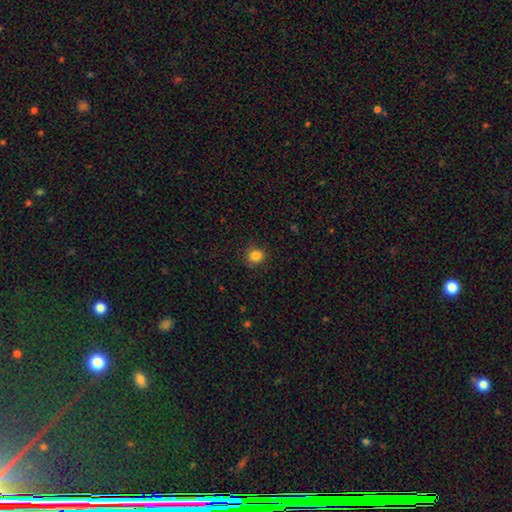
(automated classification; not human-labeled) A smooth galaxy with no disk features (84%) that is round (77%).

Vote fractions:
- Smooth or featured? smooth: 84% / star or artifact: 12% / featured or disk: 4%
- How rounded? round: 77% / in between: 22% / cigar-shaped: 1%
- Merging? none: 86% / minor disturbance: 10% / major disturbance: 3% / merger: 1%